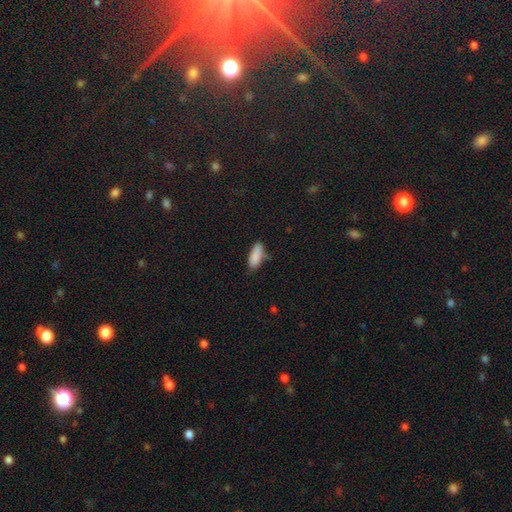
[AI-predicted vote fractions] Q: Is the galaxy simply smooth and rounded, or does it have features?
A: smooth — 88%.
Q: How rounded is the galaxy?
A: in between — 75%.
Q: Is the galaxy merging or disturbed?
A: none — 67%.